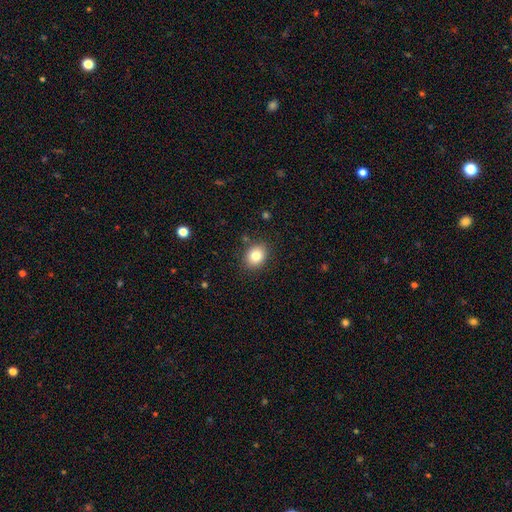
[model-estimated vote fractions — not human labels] A smooth galaxy with no disk features (82%) that is in between round and cigar-shaped (50%). Merging: none (86%).